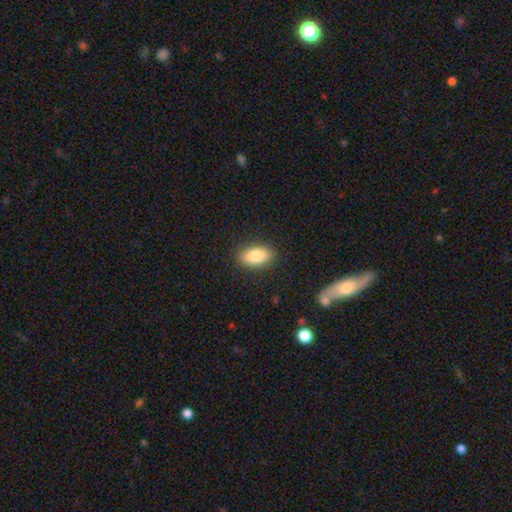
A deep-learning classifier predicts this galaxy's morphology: This is clearly a smooth galaxy (83%). How rounded: clearly in between (91%). Merging: clearly none (88%).